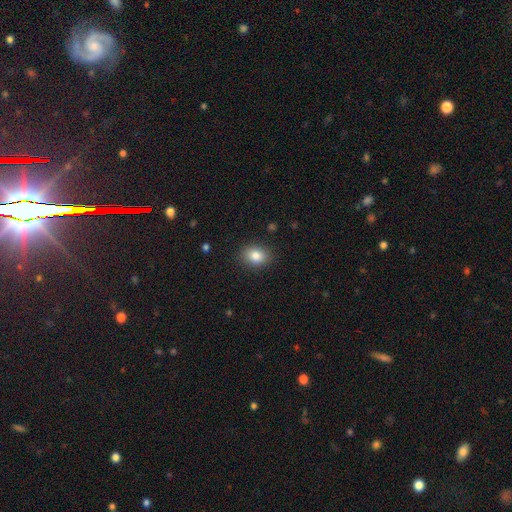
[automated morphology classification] This is clearly a smooth galaxy (83%). How rounded: likely in between (60%). Merging: clearly none (87%).